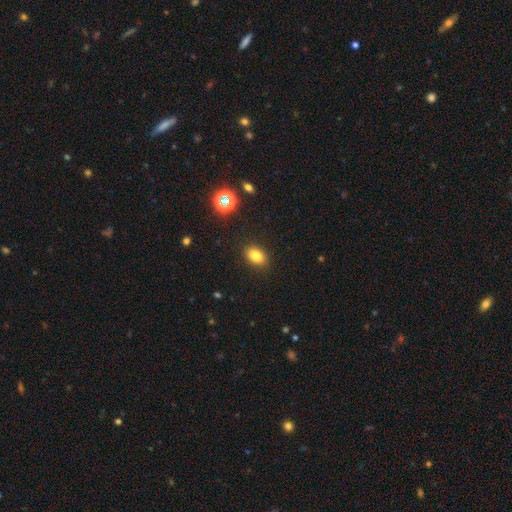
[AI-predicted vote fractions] This is clearly a smooth galaxy (81%). How rounded: clearly in between (82%). Merging: clearly none (88%).